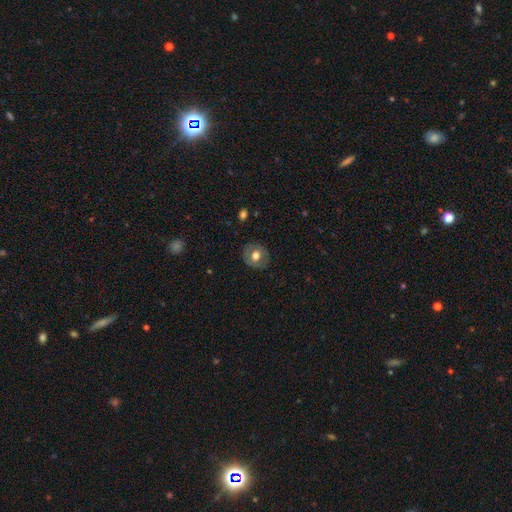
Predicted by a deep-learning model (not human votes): Overall: smooth (60%; featured or disk 33%). How rounded: round (83%). Merging: none (85%).